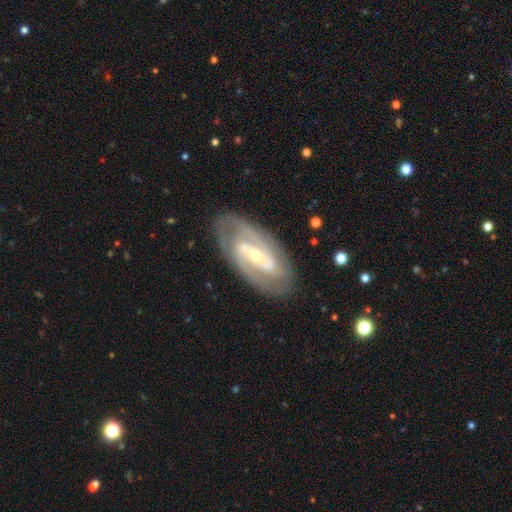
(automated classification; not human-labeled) Smooth or featured: featured or disk — 86% (smooth — 9%)
Edge-on disk: no — 93% (yes — 7%)
Bar: strong — 42% (weak — 35%)
Spiral arms: yes — 91% (no — 9%)
Spiral winding: tight — 48% (medium — 40%)
Spiral arm count: 2 — 68% (can't tell — 16%)
Bulge size: small — 54% (moderate — 43%)
Merging: none — 81% (minor disturbance — 13%)